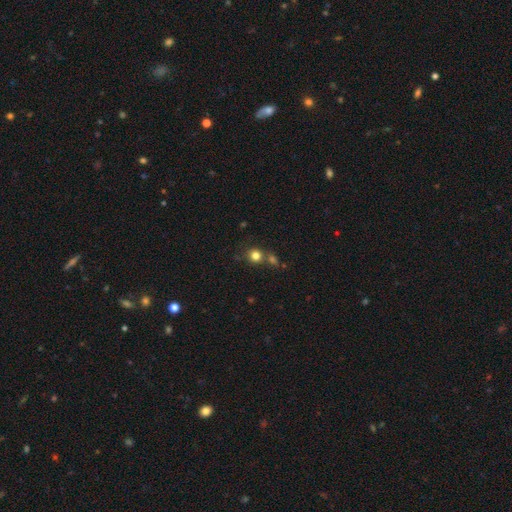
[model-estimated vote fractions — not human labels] Smooth or featured: smooth — 80% (star or artifact — 14%)
How rounded: round — 87% (in between — 12%)
Merging: none — 63% (merger — 23%)